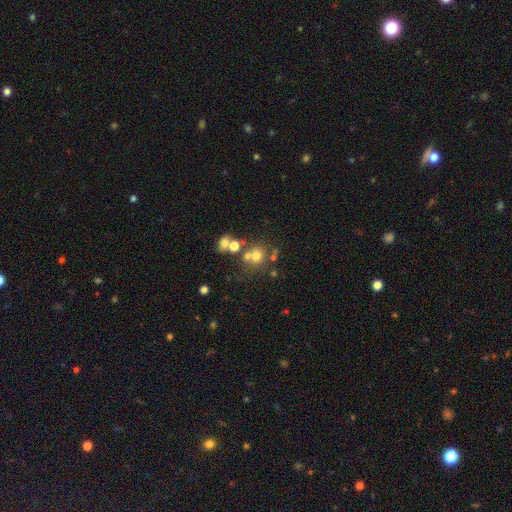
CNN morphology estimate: The model was most divided on "merging": none: 54%, merger: 30%, minor disturbance: 10%, major disturbance: 6%. More confident: how rounded — round (82%); smooth or featured — smooth (64%).